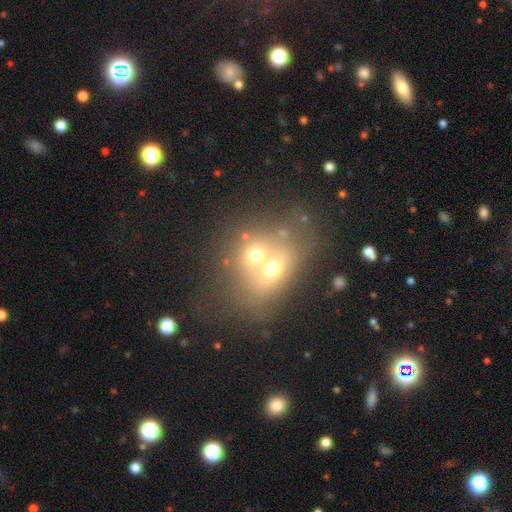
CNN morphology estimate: This appears to be a smooth galaxy with no disk features (59%) that is round (50%). Merging: merger (65%).